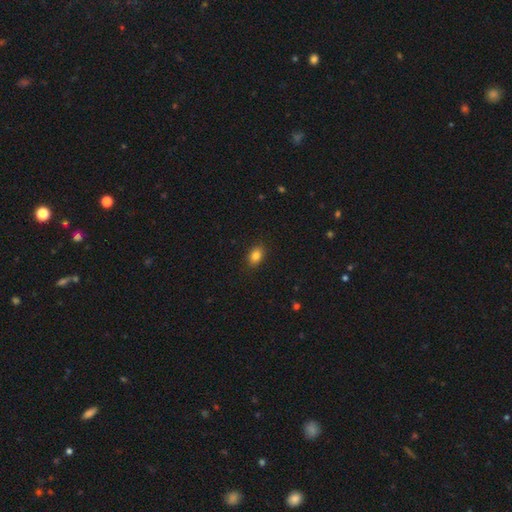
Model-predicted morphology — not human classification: smooth_or_featured: smooth (p=0.84) [alt: star or artifact p=0.10]
how_rounded: in between (p=0.76) [alt: round p=0.22]
merging: none (p=0.88) [alt: minor disturbance p=0.08]